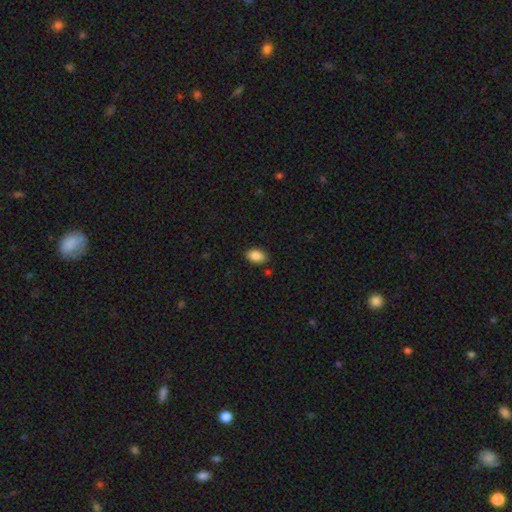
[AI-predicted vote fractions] smooth-or-featured: smooth: 87% | star or artifact: 8% | featured or disk: 5%
  how-rounded: in between: 90% | round: 9% | cigar-shaped: 1%
  merging: none: 86% | minor disturbance: 10% | major disturbance: 2% | merger: 2%